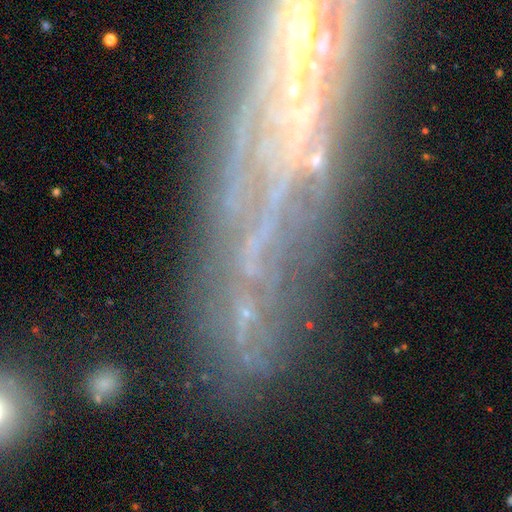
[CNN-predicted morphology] Smooth or featured?
  - featured or disk: 52% *
  - star or artifact: 32%
  - smooth: 16%
Edge-on disk?
  - no: 85% *
  - yes: 15%
Merging?
  - none: 62% *
  - minor disturbance: 19%
  - major disturbance: 14%
  - merger: 5%